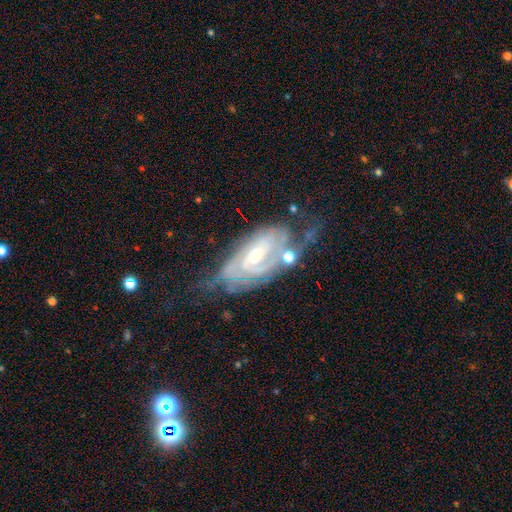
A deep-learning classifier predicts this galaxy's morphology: Smooth or featured? featured or disk (86%)
Edge-on disk? no (94%)
Bar? weak (46%)
Spiral arms? yes (96%)
Spiral winding? tight (66%)
Spiral arm count? 2 (43%)
Bulge size? small (50%)
Merging? none (50%)